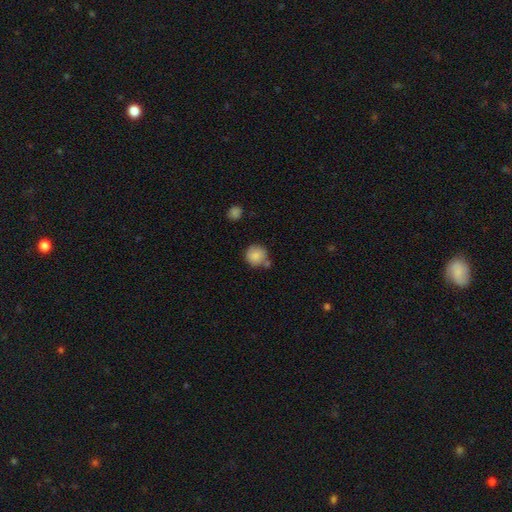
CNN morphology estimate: Smooth or featured? Predicted: smooth (p=0.86). How rounded? Predicted: round (p=0.92). Merging? Predicted: none (p=0.70).